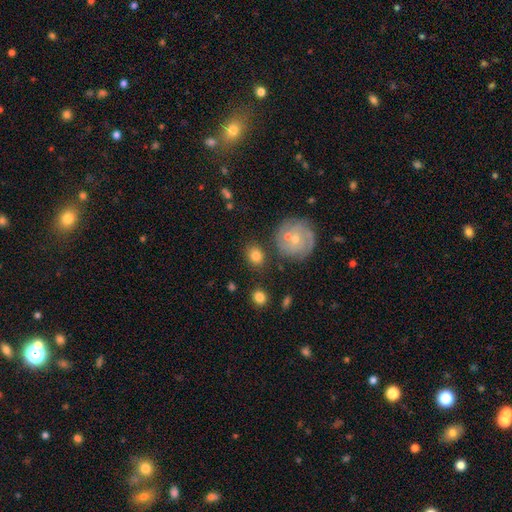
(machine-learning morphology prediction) This appears to be a smooth galaxy with no disk features (74%) that is round (52%). Merging: none (76%).